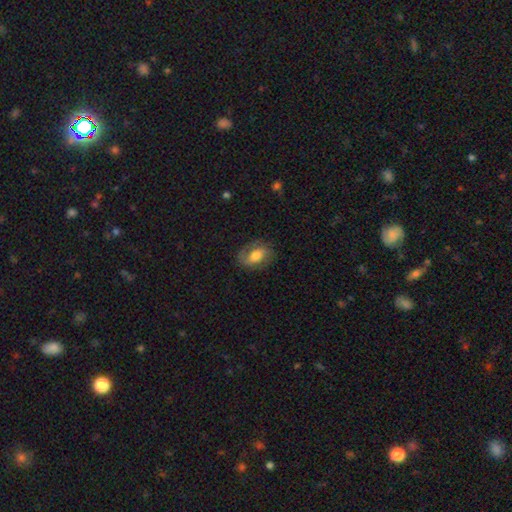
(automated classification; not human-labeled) smooth_or_featured: featured or disk (p=0.53) [alt: smooth p=0.40]
disk_edge_on: no (p=0.94) [alt: yes p=0.06]
bar: weak (p=0.39) [alt: no p=0.35]
has_spiral_arms: yes (p=0.79) [alt: no p=0.21]
bulge_size: moderate (p=0.61) [alt: large p=0.19]
merging: none (p=0.75) [alt: minor disturbance p=0.16]